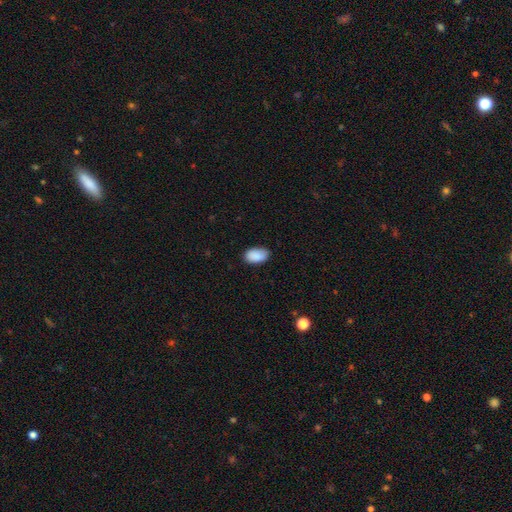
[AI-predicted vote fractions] A smooth galaxy with no disk features (90%) that is in between round and cigar-shaped (94%).

Vote fractions:
- Smooth or featured? smooth: 90% / star or artifact: 7% / featured or disk: 3%
- How rounded? in between: 94% / round: 5% / cigar-shaped: 1%
- Merging? none: 83% / minor disturbance: 13% / major disturbance: 2% / merger: 1%